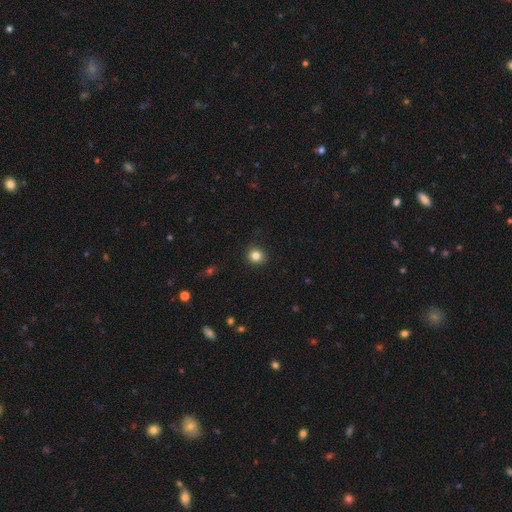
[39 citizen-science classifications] Smooth or featured?
  - smooth: 95% *
  - star or artifact: 5%
  - featured or disk: 0%
How rounded?
  - round: 81% *
  - in between: 19%
  - cigar-shaped: 0%
Merging?
  - none: 92% *
  - minor disturbance: 5%
  - merger: 3%
  - major disturbance: 0%